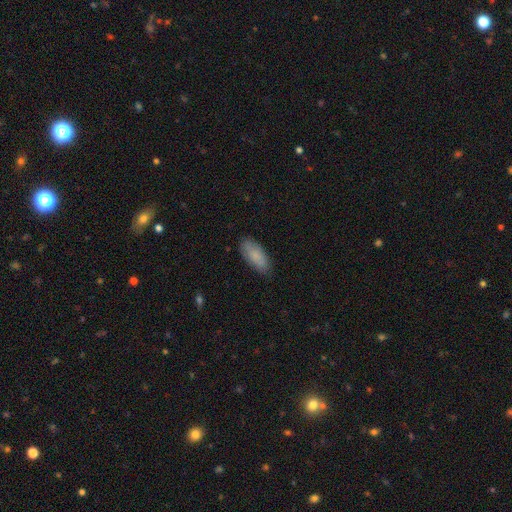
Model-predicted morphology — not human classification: smooth 83%, featured or disk 11%, star or artifact 6%. Down the decision tree: how rounded — in between (85%); merging — none (81%).